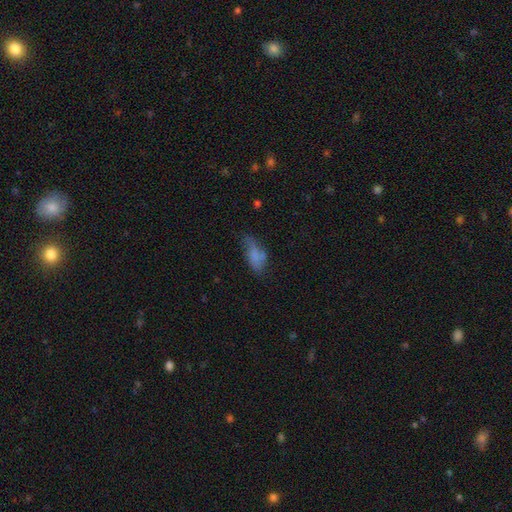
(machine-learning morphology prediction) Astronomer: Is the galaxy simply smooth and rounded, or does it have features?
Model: smooth — 67%.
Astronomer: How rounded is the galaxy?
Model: in between — 81%.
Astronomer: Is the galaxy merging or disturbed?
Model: none — 41% (runner-up: minor disturbance, 33%).